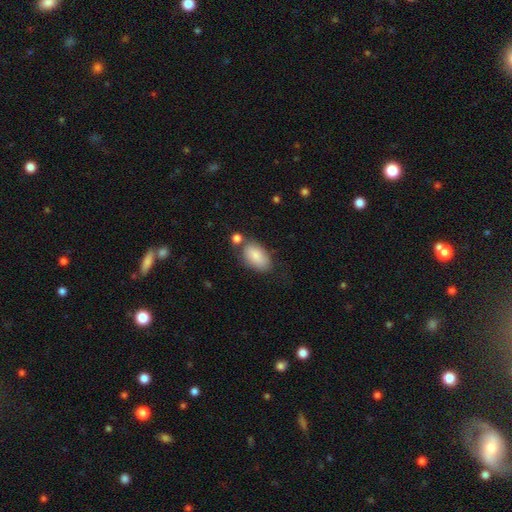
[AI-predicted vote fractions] The model was most divided on "merging": none: 61%, minor disturbance: 19%, merger: 14%, major disturbance: 6%. More confident: how rounded — in between (94%); smooth or featured — smooth (85%).